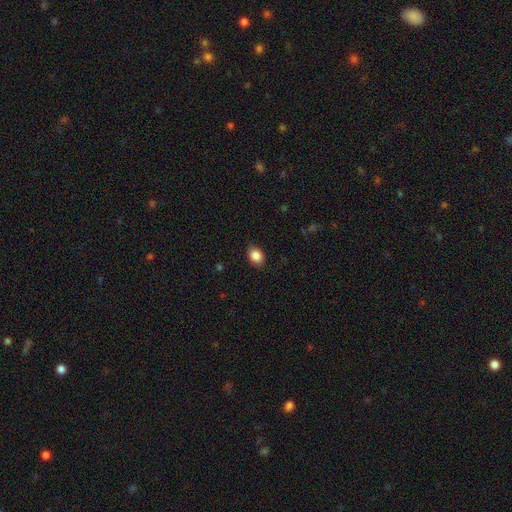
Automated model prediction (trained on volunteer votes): A smooth galaxy with no disk features (88%) that is in between round and cigar-shaped (64%). Merging: none (87%).